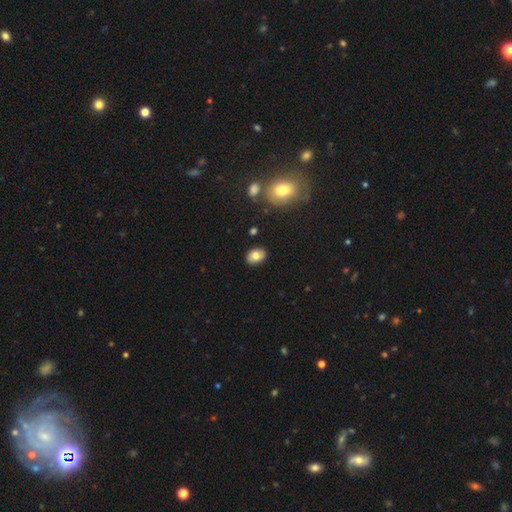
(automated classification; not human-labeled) Smooth or featured?
  - smooth: 77% *
  - featured or disk: 14%
  - star or artifact: 9%
How rounded?
  - in between: 71% *
  - round: 27%
  - cigar-shaped: 1%
Merging?
  - none: 86% *
  - minor disturbance: 10%
  - merger: 2%
  - major disturbance: 2%